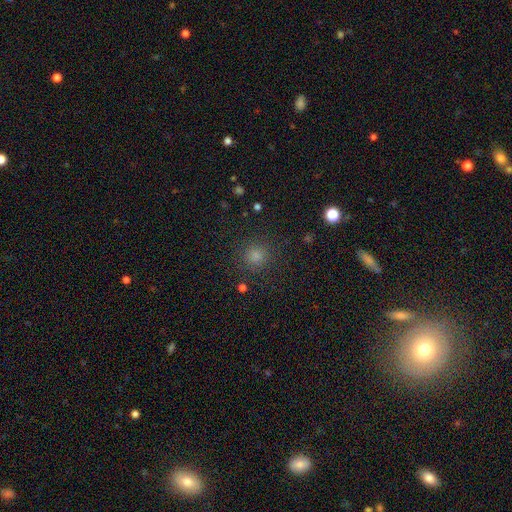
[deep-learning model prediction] Smooth or featured? smooth (73%)
How rounded? round (93%)
Merging? none (89%)